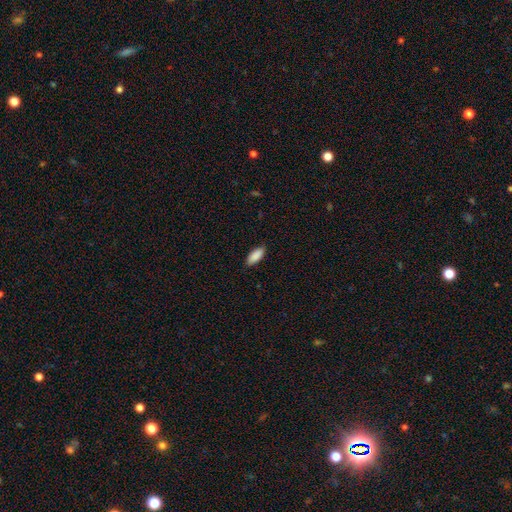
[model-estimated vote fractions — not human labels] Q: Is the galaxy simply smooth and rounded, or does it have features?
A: smooth — 90%.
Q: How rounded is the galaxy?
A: in between — 81%.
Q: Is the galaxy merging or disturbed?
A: none — 88%.